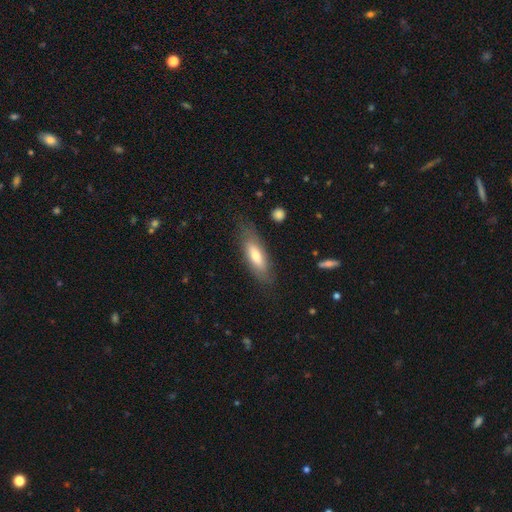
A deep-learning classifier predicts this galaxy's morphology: smooth 65%, featured or disk 29%, star or artifact 6%. Down the decision tree: how rounded — in between (52%); merging — none (74%).